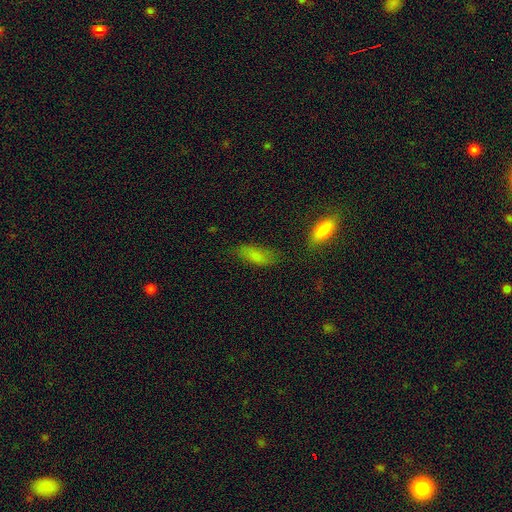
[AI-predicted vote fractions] A smooth galaxy with no disk features (77%) that is in between round and cigar-shaped (79%). Merging: none (69%).